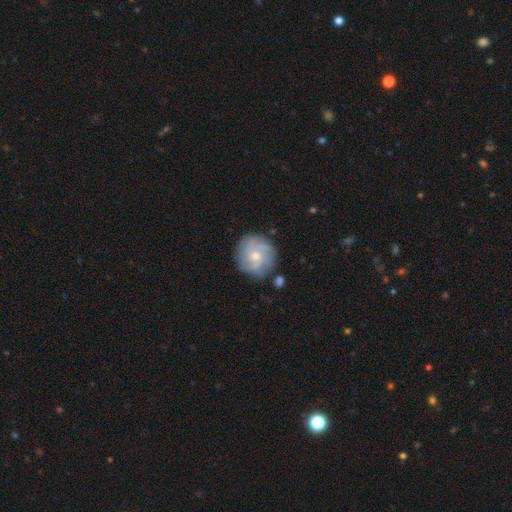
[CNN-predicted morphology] A featured or disk galaxy (64%) with no bar (73%), tight (48%) spiral arms (84%) and a moderate central bulge (49%).

Vote fractions:
- Smooth or featured? featured or disk: 64% / smooth: 28% / star or artifact: 8%
- Edge-on disk? no: 97% / yes: 3%
- Bar? no: 73% / weak: 24% / strong: 3%
- Spiral arms? yes: 84% / no: 16%
- Spiral winding? tight: 48% / medium: 36% / loose: 16%
- Spiral arm count? can't tell: 36% / 3: 22% / 4: 19% / 2: 12% / more than 4: 6% / 1: 5%
- Bulge size? moderate: 49% / small: 47% / large: 2% / none: 1% / dominant: 1%
- Merging? none: 78% / minor disturbance: 15% / major disturbance: 5% / merger: 3%